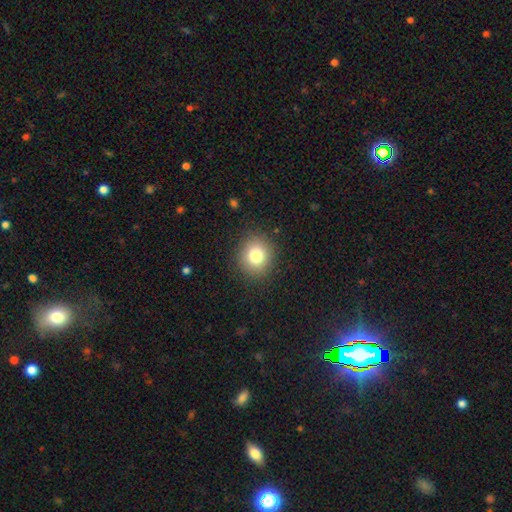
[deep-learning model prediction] A smooth galaxy with no disk features (79%) that is round (81%).

Vote fractions:
- Smooth or featured? smooth: 79% / star or artifact: 12% / featured or disk: 9%
- How rounded? round: 81% / in between: 18% / cigar-shaped: 1%
- Merging? none: 89% / minor disturbance: 7% / major disturbance: 3% / merger: 1%